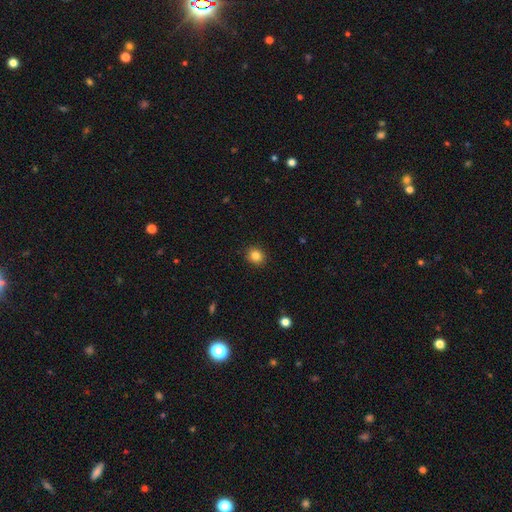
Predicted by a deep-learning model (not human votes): smooth_or_featured: smooth (p=0.84) [alt: star or artifact p=0.11]
how_rounded: round (p=0.77) [alt: in between p=0.22]
merging: none (p=0.90) [alt: minor disturbance p=0.07]